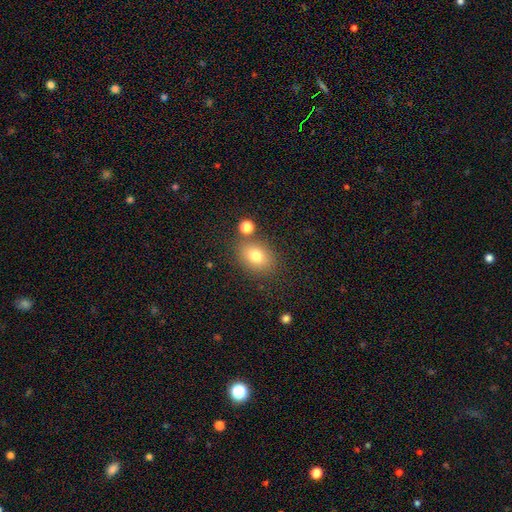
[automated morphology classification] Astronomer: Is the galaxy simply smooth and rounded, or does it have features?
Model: smooth — 78%.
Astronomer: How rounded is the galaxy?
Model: in between — 63%.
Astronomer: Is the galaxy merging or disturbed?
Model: none — 76%.